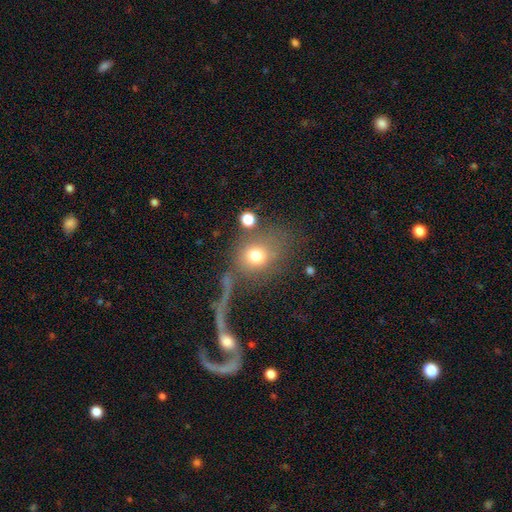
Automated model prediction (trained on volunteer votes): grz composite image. It shows a smooth galaxy with no disk features (71%) that is round (72%). Merging: none (44%).